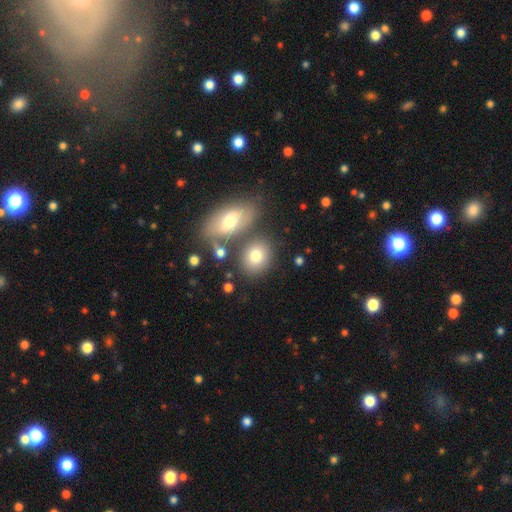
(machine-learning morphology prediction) This is likely a smooth galaxy (77%). How rounded: possibly round (53%). Merging: likely none (67%).